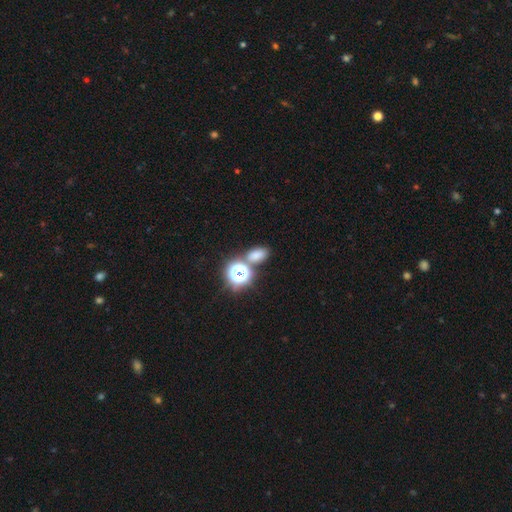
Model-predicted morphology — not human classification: Q: Smooth or featured?
A: smooth (70%); runner-up: star or artifact (23%)
Q: How rounded?
A: in between (77%); runner-up: round (21%)
Q: Merging?
A: none (66%); runner-up: merger (18%)